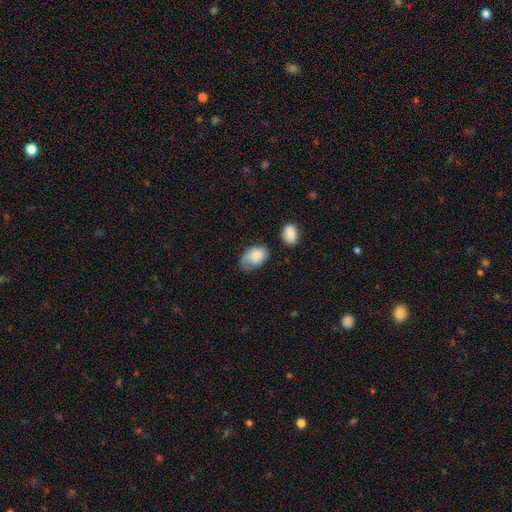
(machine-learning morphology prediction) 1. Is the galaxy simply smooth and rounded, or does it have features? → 80% smooth, 13% featured or disk, 7% star or artifact.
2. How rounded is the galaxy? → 86% in between, 13% round, 1% cigar-shaped.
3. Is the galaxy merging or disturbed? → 40% none, 38% minor disturbance, 17% major disturbance, 5% merger.